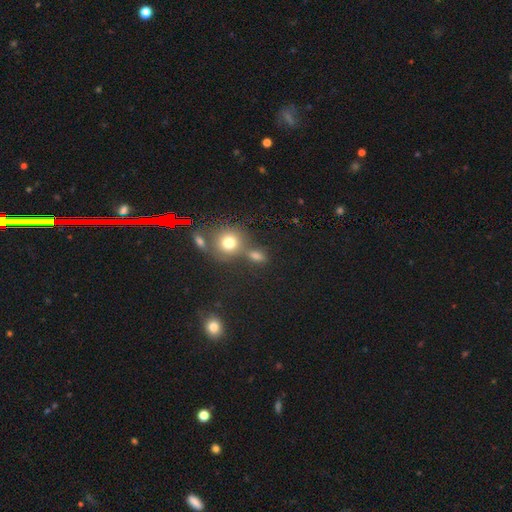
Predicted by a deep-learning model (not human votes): Q: Smooth or featured?
A: smooth (69%); runner-up: star or artifact (21%)
Q: How rounded?
A: round (50%); runner-up: in between (46%)
Q: Merging?
A: none (57%); runner-up: merger (25%)